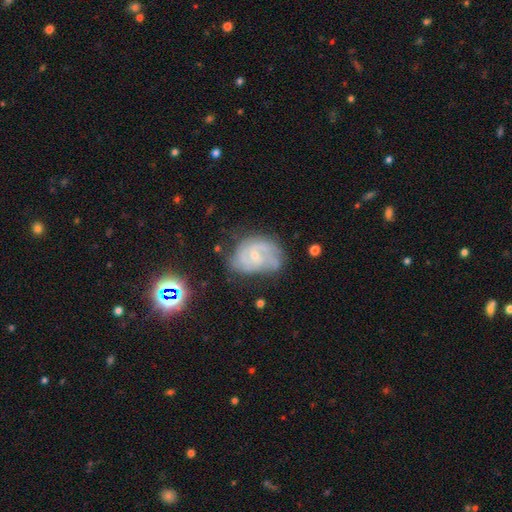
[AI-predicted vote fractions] Overall: featured or disk (79%). Edge-on disk: no (98%). Bar: no (57%; weak 37%). Spiral arms: yes (91%). Spiral arm count: 2 (39%; can't tell 30%). Spiral winding: tight (50%; medium 38%). Bulge size: small (68%). Merging: none (53%; minor disturbance 28%).